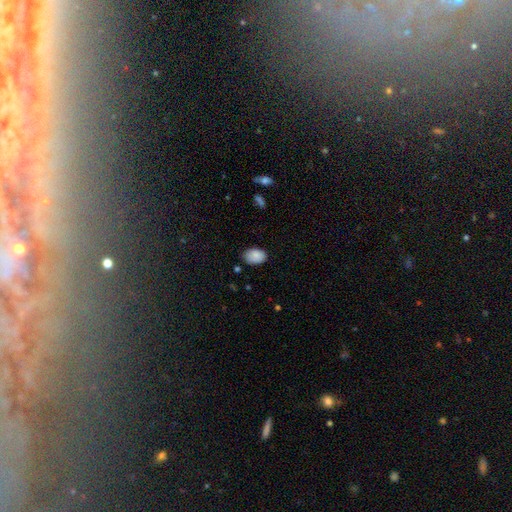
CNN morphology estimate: smooth 86%, star or artifact 7%, featured or disk 7%. Down the decision tree: how rounded — in between (88%); merging — none (77%).